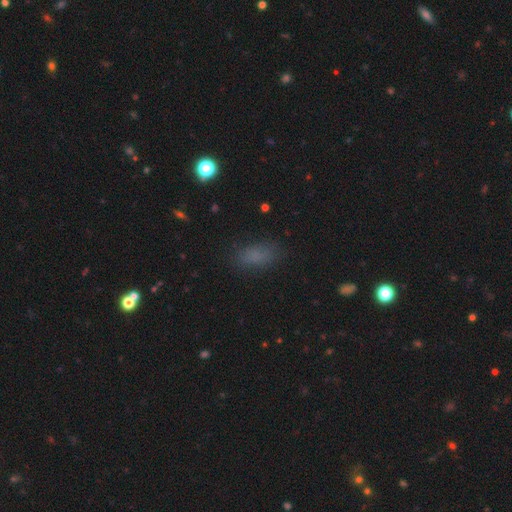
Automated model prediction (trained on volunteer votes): Smooth or featured? Predicted: smooth (p=0.78). How rounded? Predicted: in between (p=0.83). Merging? Predicted: none (p=0.79).